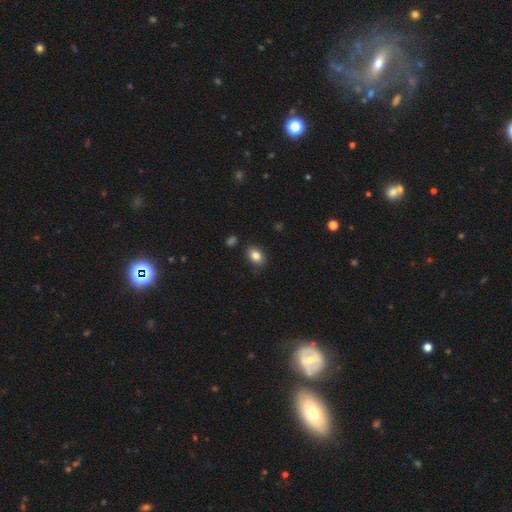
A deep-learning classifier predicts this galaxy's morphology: Smooth or featured? Predicted: smooth (p=0.85). How rounded? Predicted: in between (p=0.77). Merging? Predicted: none (p=0.84).